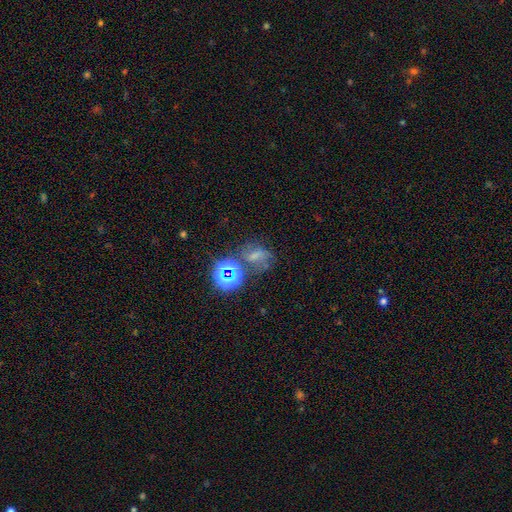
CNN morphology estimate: smooth_or_featured: smooth (p=0.39) [alt: star or artifact p=0.36]
merging: none (p=0.45) [alt: minor disturbance p=0.20]